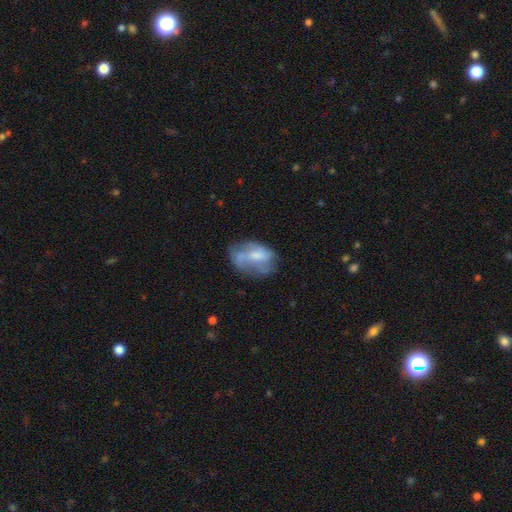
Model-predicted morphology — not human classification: type=featured or disk (52%); edge-on=no (96%); merging=none (45%).